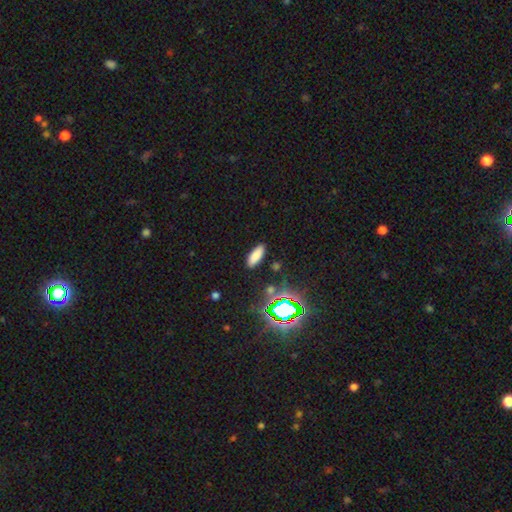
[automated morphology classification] smooth_or_featured: smooth (p=0.78) [alt: star or artifact p=0.16]
how_rounded: in between (p=0.69) [alt: cigar-shaped p=0.28]
merging: none (p=0.88) [alt: minor disturbance p=0.08]